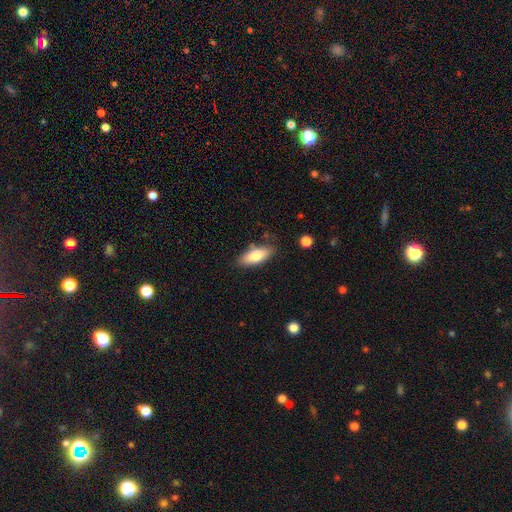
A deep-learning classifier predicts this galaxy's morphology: smooth-or-featured: smooth: 79% | featured or disk: 14% | star or artifact: 6%
  how-rounded: in between: 75% | cigar-shaped: 22% | round: 2%
  merging: none: 80% | minor disturbance: 14% | major disturbance: 3% | merger: 3%